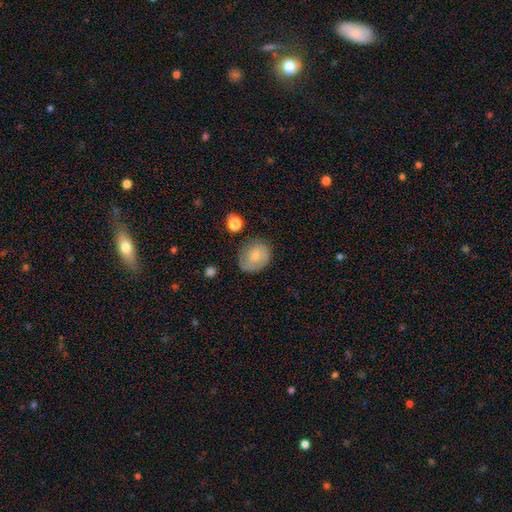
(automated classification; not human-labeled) Morphology: type=smooth (67%); roundness=round (60%); merging=none (70%).